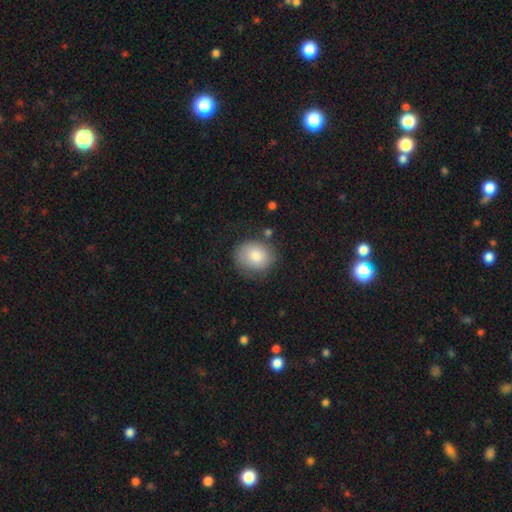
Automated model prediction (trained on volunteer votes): smooth_or_featured: smooth (p=0.80) [alt: featured or disk p=0.12]
how_rounded: round (p=0.71) [alt: in between p=0.28]
merging: none (p=0.76) [alt: minor disturbance p=0.17]